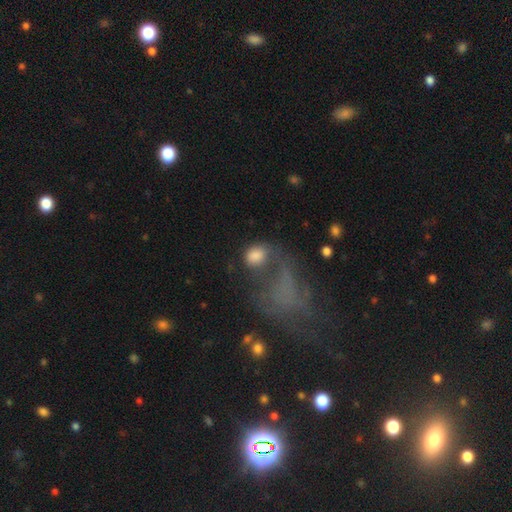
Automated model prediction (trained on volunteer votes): Smooth or featured?
  - smooth: 69% *
  - featured or disk: 18%
  - star or artifact: 12%
How rounded?
  - in between: 59% *
  - round: 39%
  - cigar-shaped: 2%
Merging?
  - major disturbance: 36% *
  - none: 29%
  - merger: 18%
  - minor disturbance: 16%